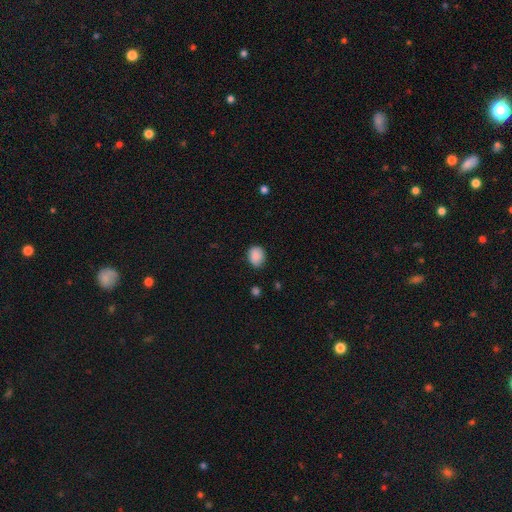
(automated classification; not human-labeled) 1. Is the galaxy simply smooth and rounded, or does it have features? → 88% smooth, 8% star or artifact, 4% featured or disk.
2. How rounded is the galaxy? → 51% round, 48% in between, 1% cigar-shaped.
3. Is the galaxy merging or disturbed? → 76% none, 19% minor disturbance, 3% major disturbance, 1% merger.